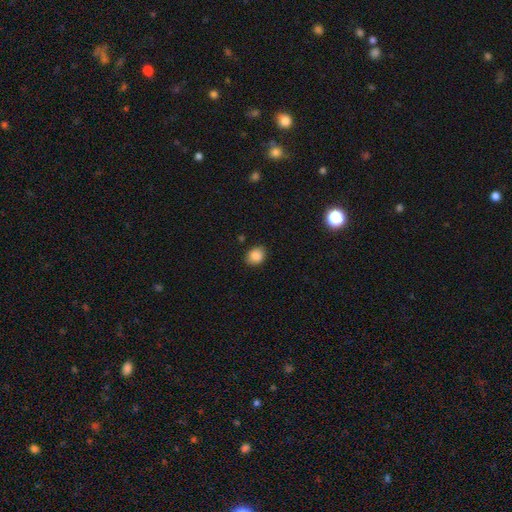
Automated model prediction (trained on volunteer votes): Overall: smooth (88%). How rounded: round (56%; in between 43%). Merging: none (85%).